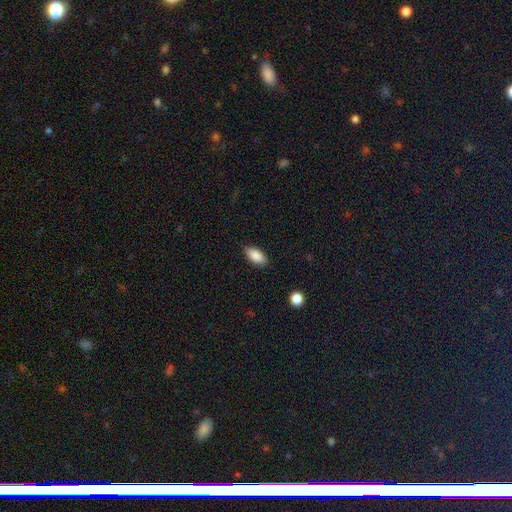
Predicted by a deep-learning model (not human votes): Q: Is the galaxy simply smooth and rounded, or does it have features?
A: smooth — 87%.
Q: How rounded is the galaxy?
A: in between — 90%.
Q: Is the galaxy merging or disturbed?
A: none — 84%.